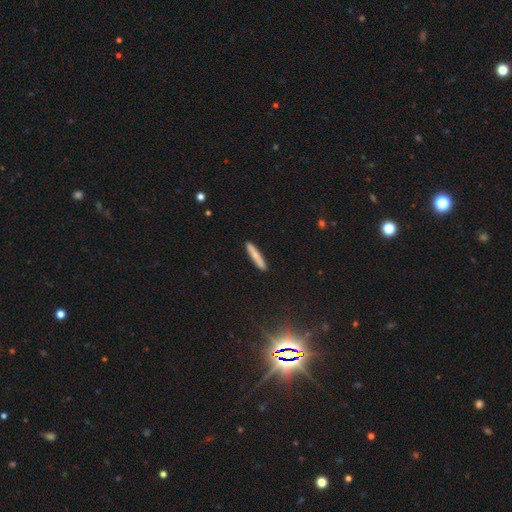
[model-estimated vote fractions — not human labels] A smooth galaxy with no disk features (68%) that is cigar-shaped (90%). Merging: none (89%).